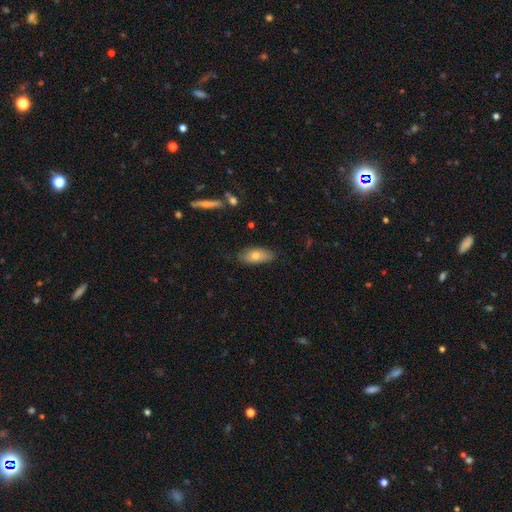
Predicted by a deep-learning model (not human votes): Smooth or featured? Predicted: smooth (p=0.74). How rounded? Predicted: in between (p=0.83). Merging? Predicted: none (p=0.75).